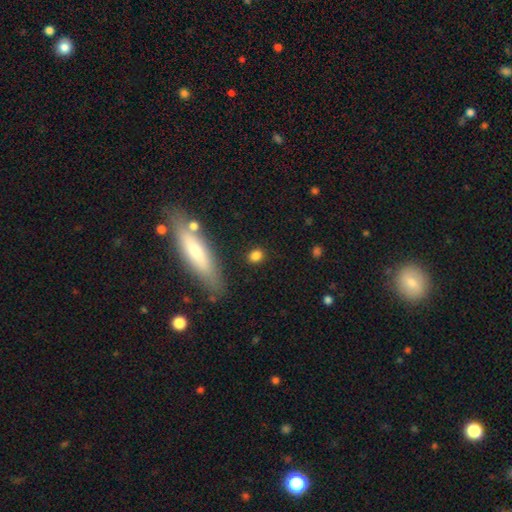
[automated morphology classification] Q: Smooth or featured?
A: smooth (82%); runner-up: star or artifact (10%)
Q: How rounded?
A: round (57%); runner-up: in between (34%)
Q: Merging?
A: none (83%); runner-up: minor disturbance (10%)